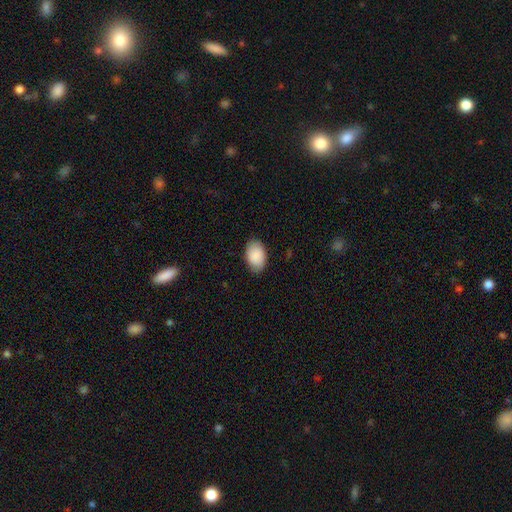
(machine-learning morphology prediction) type=smooth (90%); roundness=in between (90%); merging=none (84%).